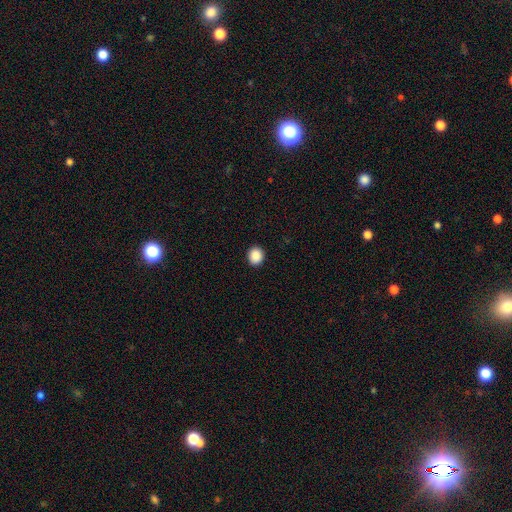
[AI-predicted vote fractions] Q: Smooth or featured?
A: smooth (89%); runner-up: star or artifact (8%)
Q: How rounded?
A: round (79%); runner-up: in between (20%)
Q: Merging?
A: none (93%); runner-up: minor disturbance (5%)